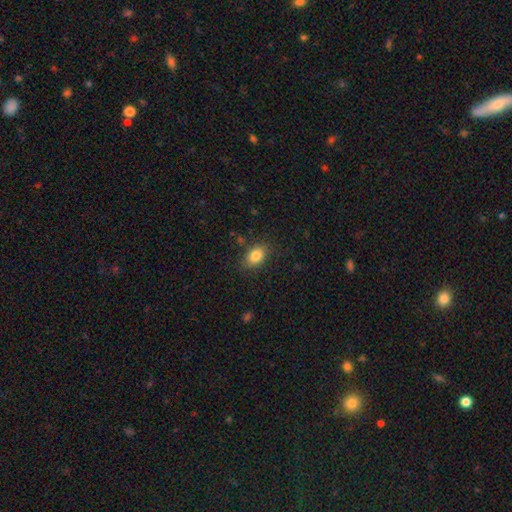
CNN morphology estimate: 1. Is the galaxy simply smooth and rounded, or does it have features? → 83% smooth, 9% star or artifact, 8% featured or disk.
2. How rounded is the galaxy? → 82% in between, 16% round, 2% cigar-shaped.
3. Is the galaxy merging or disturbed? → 82% none, 12% minor disturbance, 3% major disturbance, 2% merger.